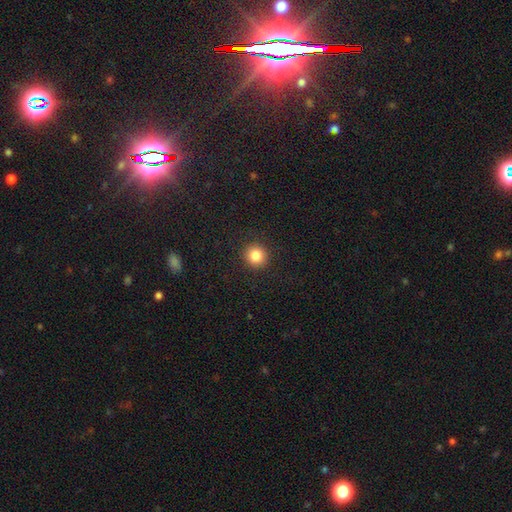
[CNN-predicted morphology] type=smooth (84%); roundness=round (93%); merging=none (92%).